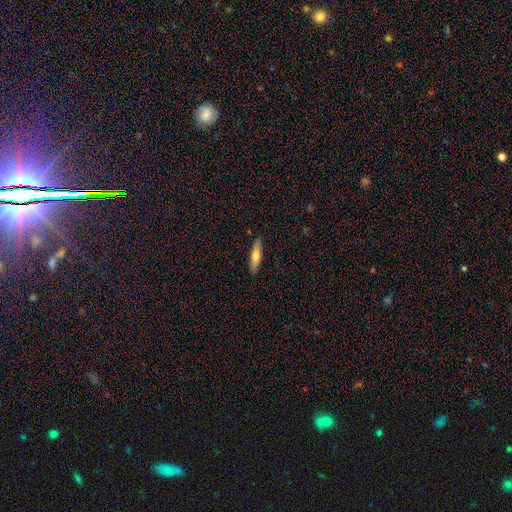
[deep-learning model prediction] Smooth or featured?
  - smooth: 62% *
  - featured or disk: 32%
  - star or artifact: 6%
How rounded?
  - cigar-shaped: 76% *
  - in between: 23%
  - round: 2%
Merging?
  - none: 89% *
  - minor disturbance: 8%
  - major disturbance: 2%
  - merger: 1%